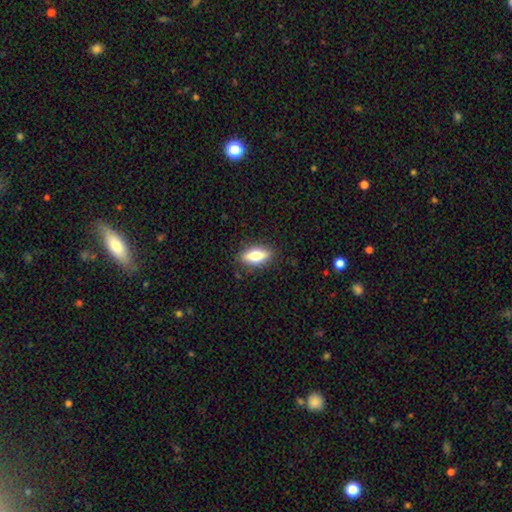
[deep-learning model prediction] Overall: smooth (66%; featured or disk 27%). How rounded: in between (72%). Merging: none (86%).